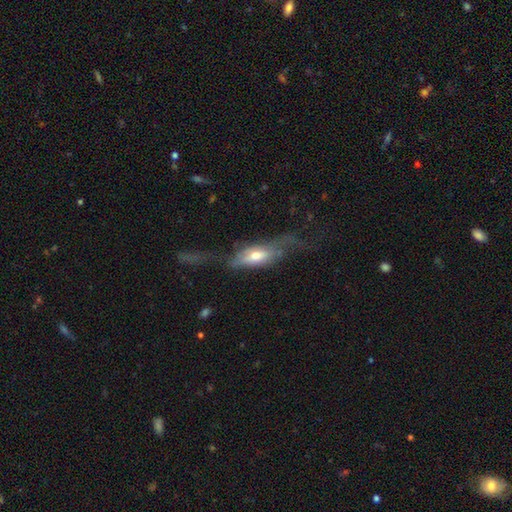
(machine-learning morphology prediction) This is possibly a smooth galaxy (49%). Merging: marginally major disturbance (45%).